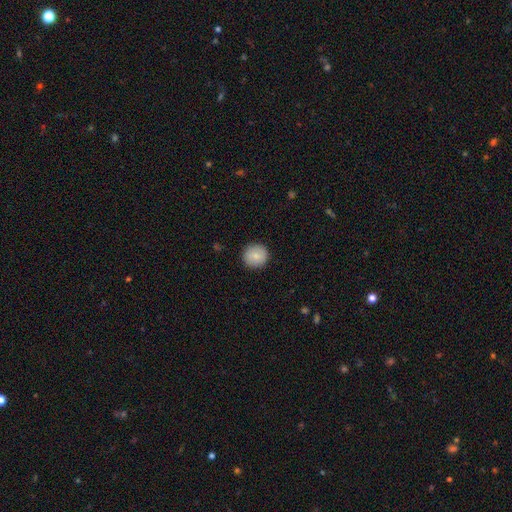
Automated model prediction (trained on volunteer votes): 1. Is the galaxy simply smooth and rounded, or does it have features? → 84% smooth, 9% featured or disk, 7% star or artifact.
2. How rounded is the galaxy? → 94% round, 5% in between, 1% cigar-shaped.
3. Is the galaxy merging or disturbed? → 91% none, 6% minor disturbance, 2% major disturbance, 1% merger.